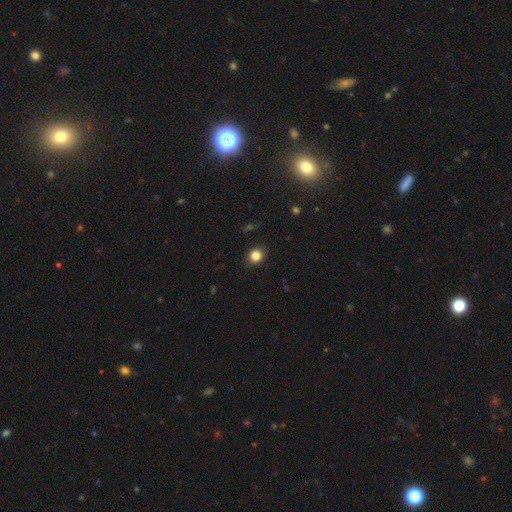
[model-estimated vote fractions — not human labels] Smooth or featured?
  - smooth: 84% *
  - star or artifact: 12%
  - featured or disk: 5%
How rounded?
  - round: 79% *
  - in between: 20%
  - cigar-shaped: 1%
Merging?
  - none: 87% *
  - minor disturbance: 9%
  - major disturbance: 3%
  - merger: 1%